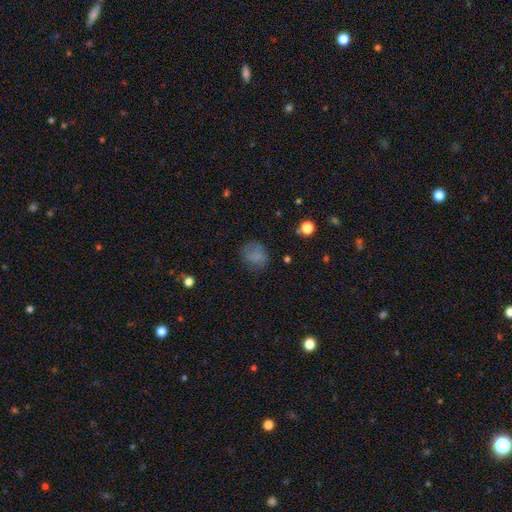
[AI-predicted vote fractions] A smooth galaxy with no disk features (77%) that is round (64%). Merging: none (70%).